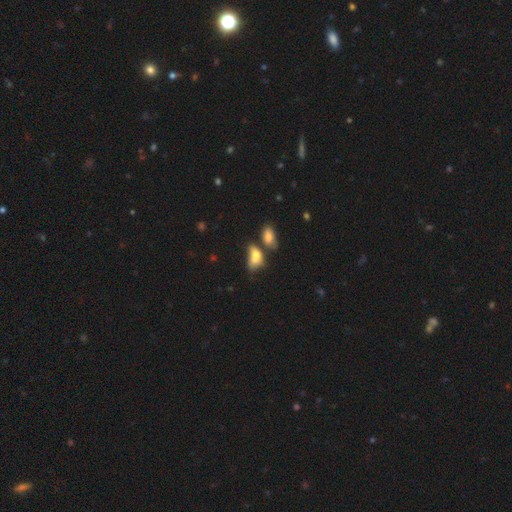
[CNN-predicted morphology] This is likely a smooth galaxy (71%). How rounded: clearly in between (85%). Merging: possibly merger (48%).